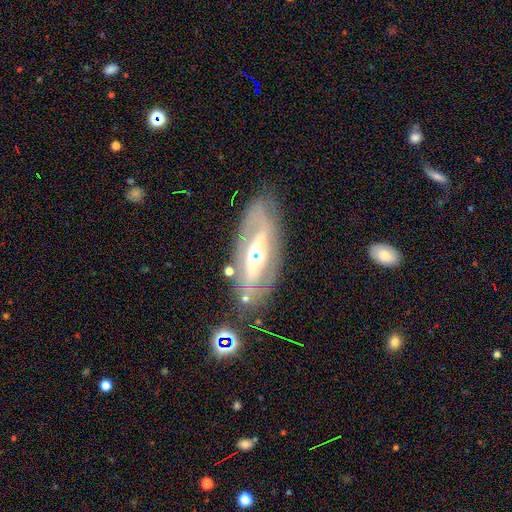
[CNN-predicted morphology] Q: Smooth or featured?
A: featured or disk (77%); runner-up: smooth (15%)
Q: Edge-on disk?
A: no (83%); runner-up: yes (17%)
Q: Bar?
A: no (41%); runner-up: weak (32%)
Q: Spiral arms?
A: yes (68%); runner-up: no (32%)
Q: Bulge size?
A: moderate (56%); runner-up: small (25%)
Q: Merging?
A: none (72%); runner-up: minor disturbance (17%)